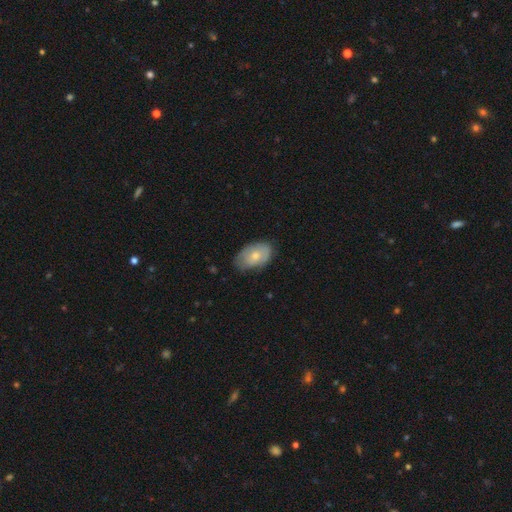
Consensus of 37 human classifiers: smooth_or_featured: smooth (p=0.57) [alt: featured or disk p=0.41]
how_rounded: in between (p=0.90) [alt: round p=0.05]
merging: none (p=0.64) [alt: minor disturbance p=0.28]